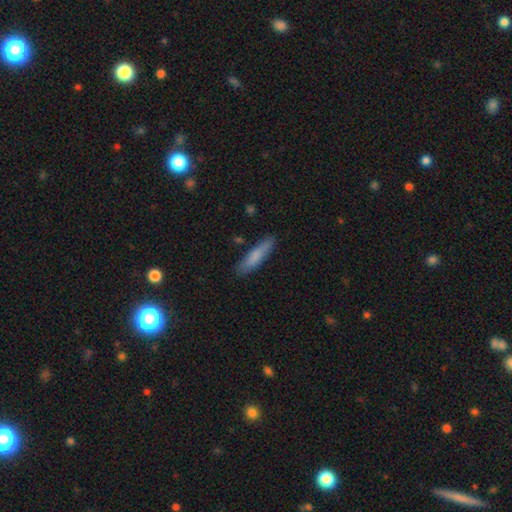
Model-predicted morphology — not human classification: A smooth galaxy with no disk features (79%) that is cigar-shaped (80%).

Vote fractions:
- Smooth or featured? smooth: 79% / featured or disk: 15% / star or artifact: 6%
- How rounded? cigar-shaped: 80% / in between: 19% / round: 1%
- Merging? none: 83% / minor disturbance: 13% / major disturbance: 2% / merger: 2%